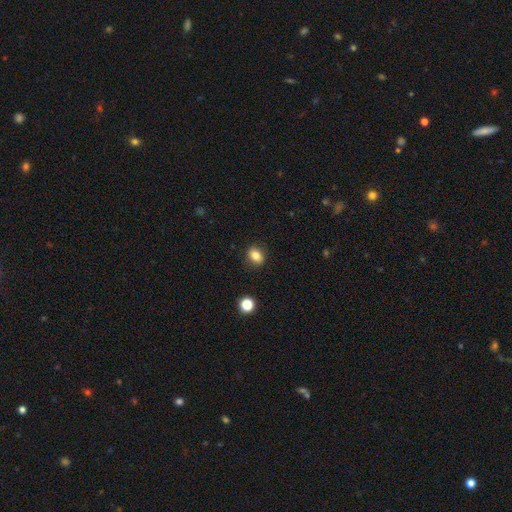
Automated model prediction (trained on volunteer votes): A smooth galaxy with no disk features (82%) that is in between round and cigar-shaped (55%).

Vote fractions:
- Smooth or featured? smooth: 82% / star or artifact: 10% / featured or disk: 7%
- How rounded? in between: 55% / round: 43% / cigar-shaped: 1%
- Merging? none: 88% / minor disturbance: 9% / major disturbance: 2% / merger: 1%